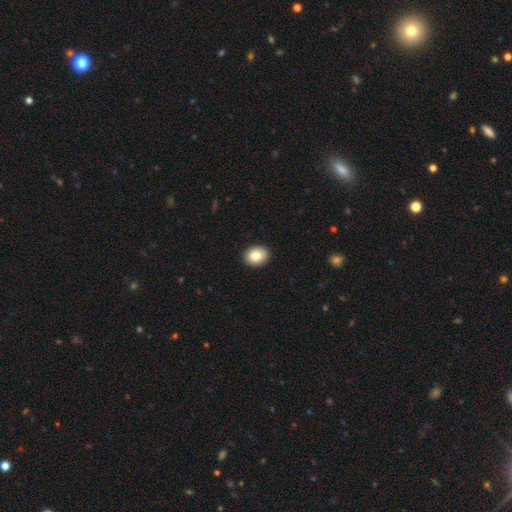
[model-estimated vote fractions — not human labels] This is clearly a smooth galaxy (83%). How rounded: possibly round (51%). Merging: clearly none (92%).